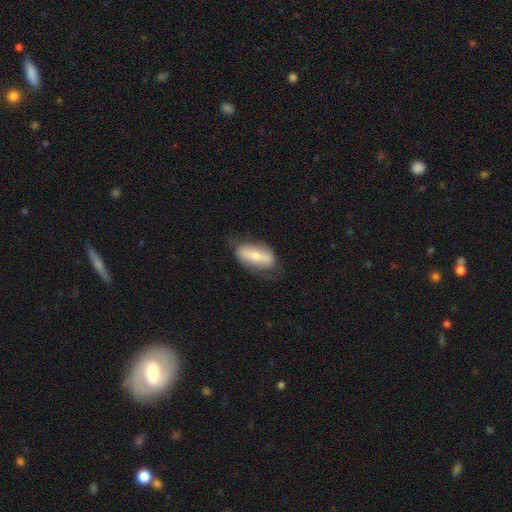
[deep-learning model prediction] This is possibly a smooth galaxy (49%). Merging: likely none (66%).